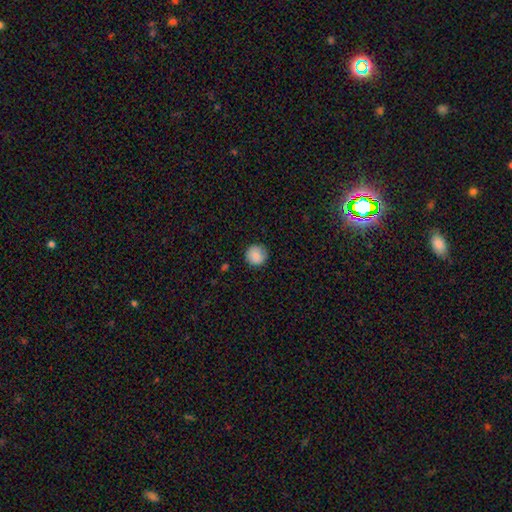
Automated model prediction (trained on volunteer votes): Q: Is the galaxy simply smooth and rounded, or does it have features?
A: smooth — 86%.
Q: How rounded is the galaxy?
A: round — 95%.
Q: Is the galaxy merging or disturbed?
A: none — 87%.